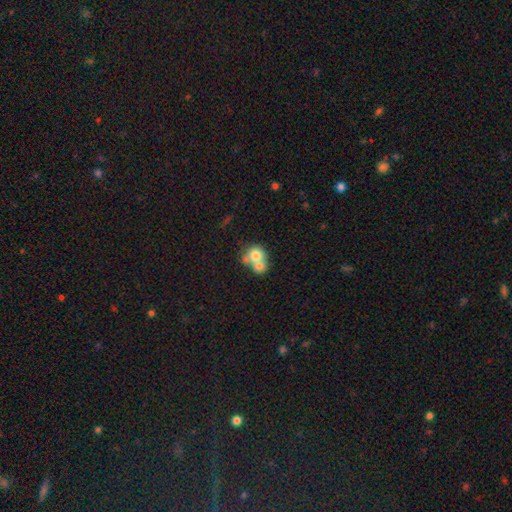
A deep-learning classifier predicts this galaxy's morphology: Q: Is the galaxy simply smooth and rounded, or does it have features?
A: smooth — 71%.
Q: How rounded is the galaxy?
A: round — 76%.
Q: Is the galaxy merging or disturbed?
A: merger — 65%.